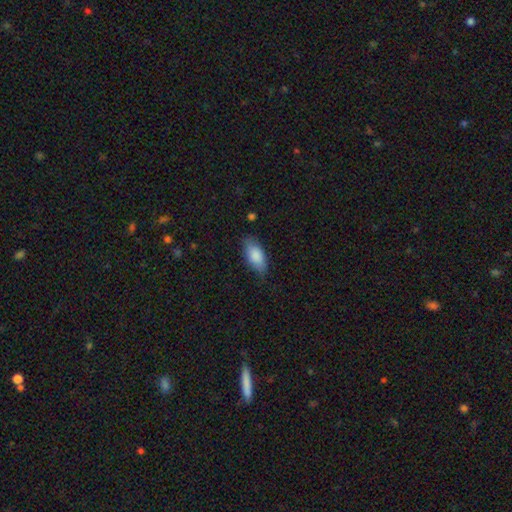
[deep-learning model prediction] Smooth or featured? Predicted: smooth (p=0.86). How rounded? Predicted: in between (p=0.90). Merging? Predicted: none (p=0.74).